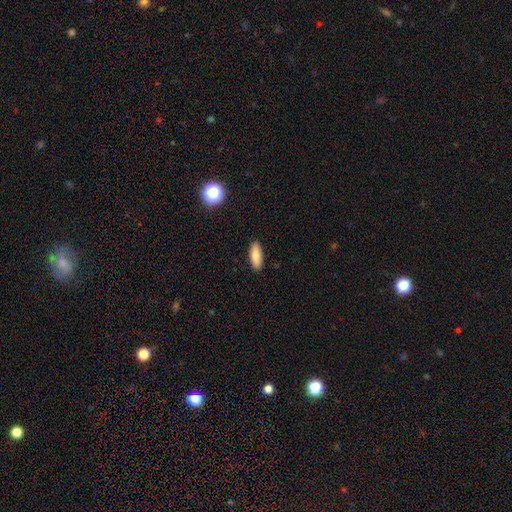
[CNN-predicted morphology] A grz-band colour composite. It shows a smooth galaxy with no disk features (85%) that is in between round and cigar-shaped (70%). Merging: none (90%).